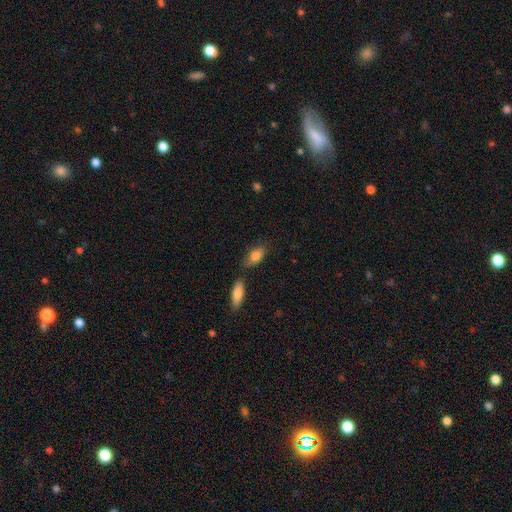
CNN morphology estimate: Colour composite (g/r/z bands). It shows a smooth galaxy with no disk features (82%) that is in between round and cigar-shaped (85%). Merging: none (68%).